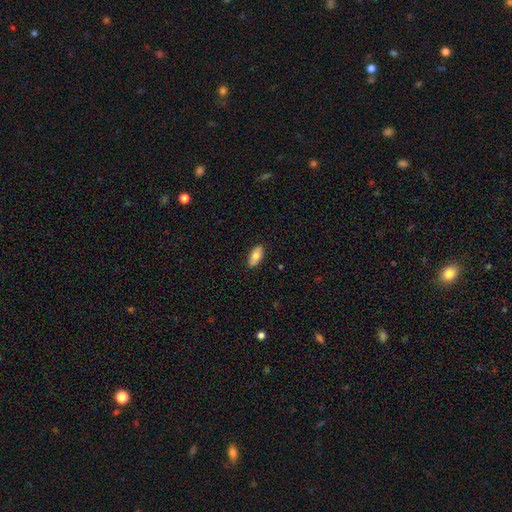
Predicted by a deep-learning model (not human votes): This appears to be a smooth galaxy with no disk features (76%) that is in between round and cigar-shaped (91%). Merging: none (88%).